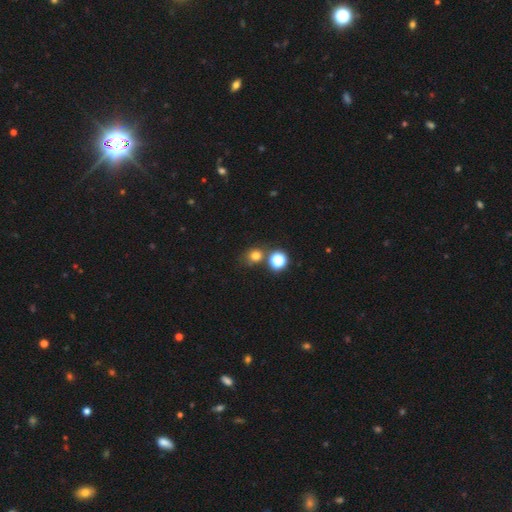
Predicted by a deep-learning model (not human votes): Smooth or featured? smooth (73%)
How rounded? round (79%)
Merging? none (67%)